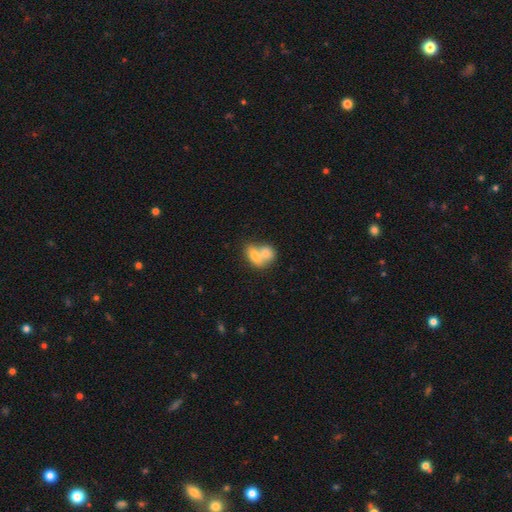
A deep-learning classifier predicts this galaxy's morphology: This appears to be a smooth galaxy with no disk features (73%) that is in between round and cigar-shaped (71%). Merging: merger (75%).